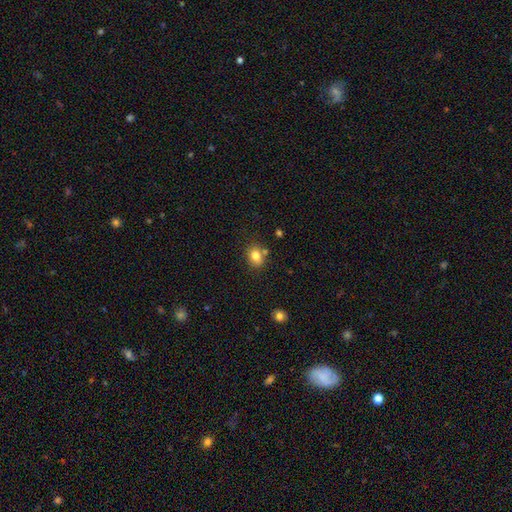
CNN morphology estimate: Smooth or featured?
  - smooth: 79% *
  - star or artifact: 11%
  - featured or disk: 10%
How rounded?
  - in between: 57% *
  - round: 42%
  - cigar-shaped: 1%
Merging?
  - none: 68% *
  - minor disturbance: 15%
  - merger: 14%
  - major disturbance: 4%